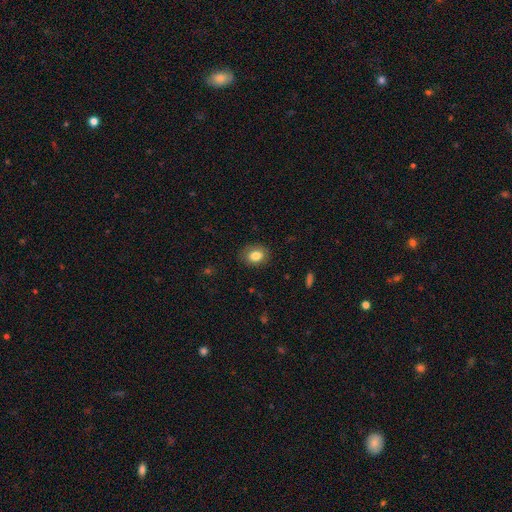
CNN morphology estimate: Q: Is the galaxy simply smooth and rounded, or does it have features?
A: smooth — 82%.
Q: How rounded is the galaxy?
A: in between — 58%.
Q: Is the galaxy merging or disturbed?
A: none — 85%.